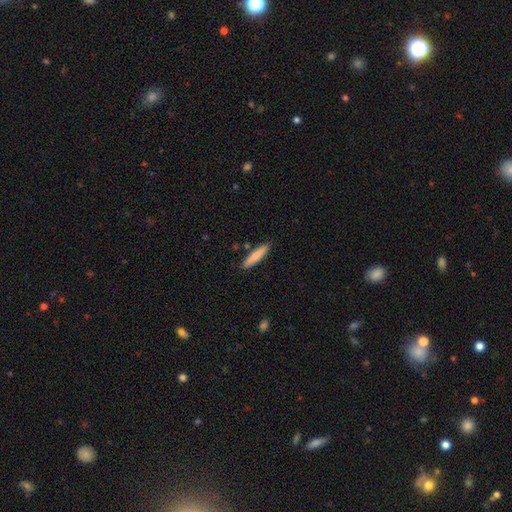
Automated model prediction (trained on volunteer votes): Smooth or featured?
  - smooth: 82% *
  - featured or disk: 12%
  - star or artifact: 6%
How rounded?
  - cigar-shaped: 86% *
  - in between: 13%
  - round: 1%
Merging?
  - none: 85% *
  - minor disturbance: 10%
  - merger: 3%
  - major disturbance: 2%